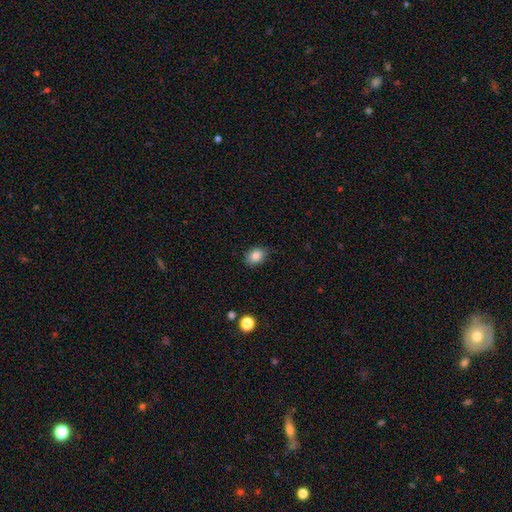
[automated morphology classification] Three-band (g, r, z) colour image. It shows a smooth galaxy with no disk features (85%) that is in between round and cigar-shaped (68%). Merging: none (79%).